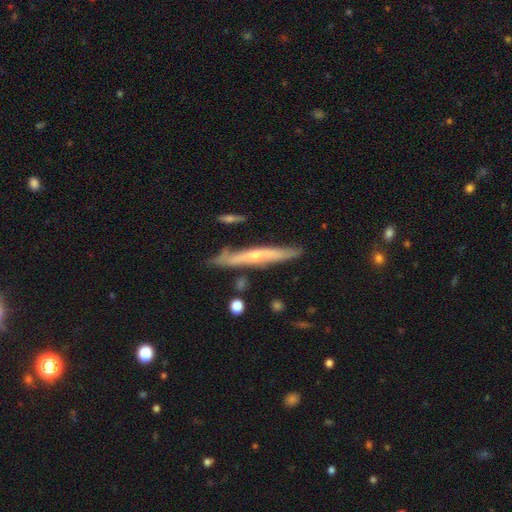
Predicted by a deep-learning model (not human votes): smooth_or_featured: featured or disk (p=0.64) [alt: smooth p=0.30]
disk_edge_on: yes (p=0.89) [alt: no p=0.11]
edge_on_bulge: rounded (p=0.64) [alt: none p=0.33]
merging: none (p=0.78) [alt: minor disturbance p=0.15]